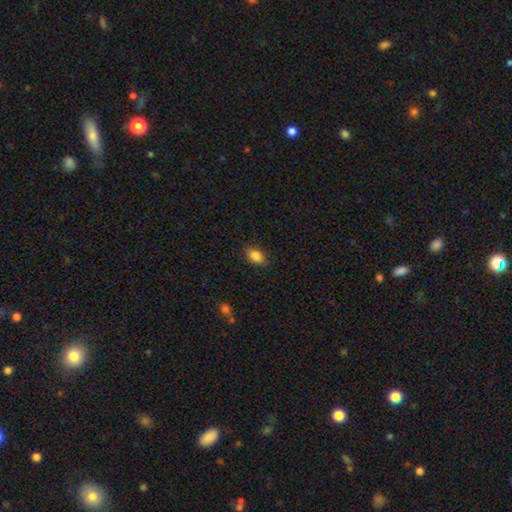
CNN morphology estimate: Smooth or featured: smooth — 85% (star or artifact — 8%)
How rounded: in between — 87% (round — 9%)
Merging: none — 85% (minor disturbance — 11%)